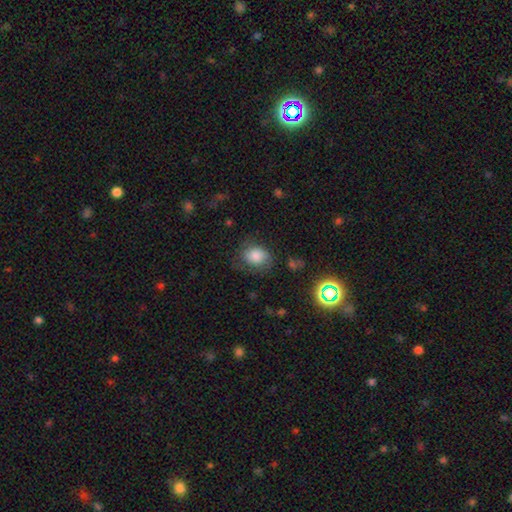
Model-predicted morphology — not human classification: Overall: smooth (80%). How rounded: round (53%; in between 46%). Merging: none (64%; minor disturbance 24%).